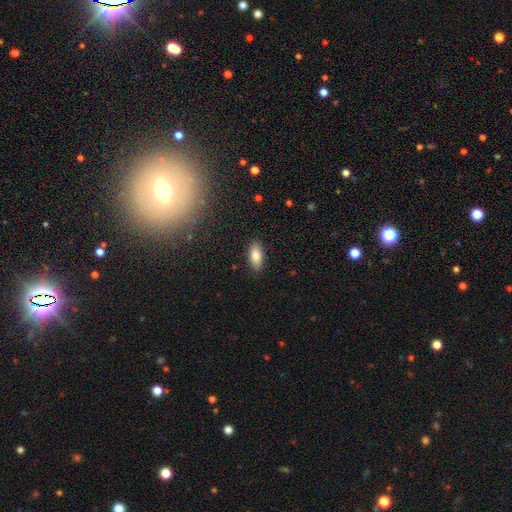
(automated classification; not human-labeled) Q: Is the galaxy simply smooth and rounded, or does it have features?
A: smooth — 85%.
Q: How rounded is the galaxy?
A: in between — 87%.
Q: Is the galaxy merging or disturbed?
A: none — 87%.